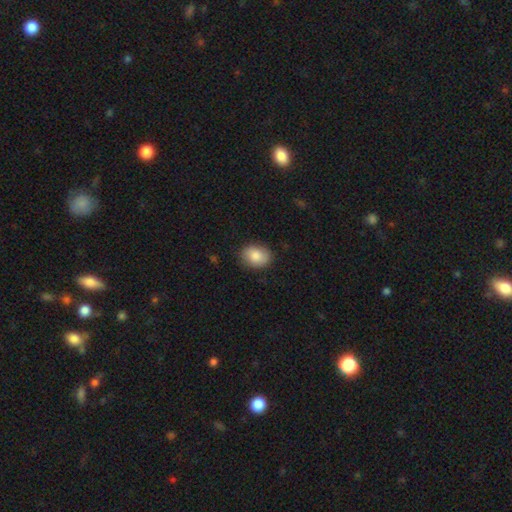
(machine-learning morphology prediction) type=smooth (86%); roundness=in between (63%); merging=none (85%).